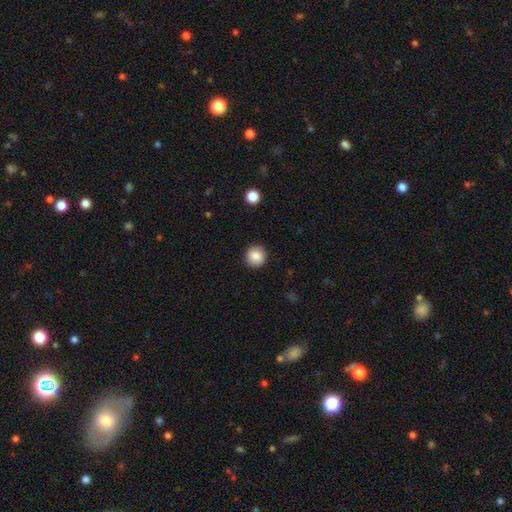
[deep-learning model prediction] smooth-or-featured: smooth: 86% | star or artifact: 9% | featured or disk: 5%
  how-rounded: round: 93% | in between: 6% | cigar-shaped: 1%
  merging: none: 91% | minor disturbance: 6% | major disturbance: 2% | merger: 1%